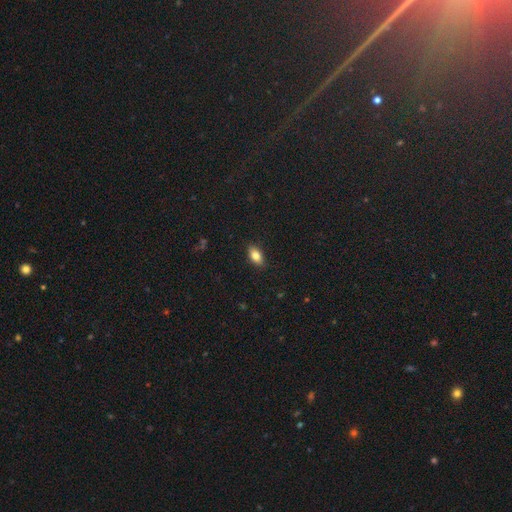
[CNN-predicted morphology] Smooth or featured: smooth — 81% (featured or disk — 10%)
How rounded: in between — 89% (round — 7%)
Merging: none — 87% (minor disturbance — 10%)